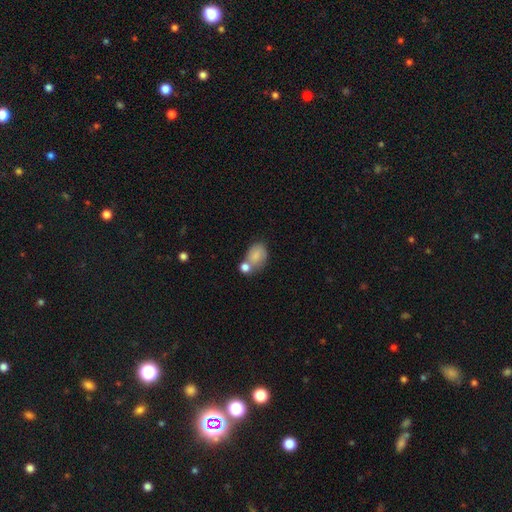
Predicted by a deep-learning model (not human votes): A smooth galaxy with no disk features (81%) that is in between round and cigar-shaped (72%). Merging: none (42%).